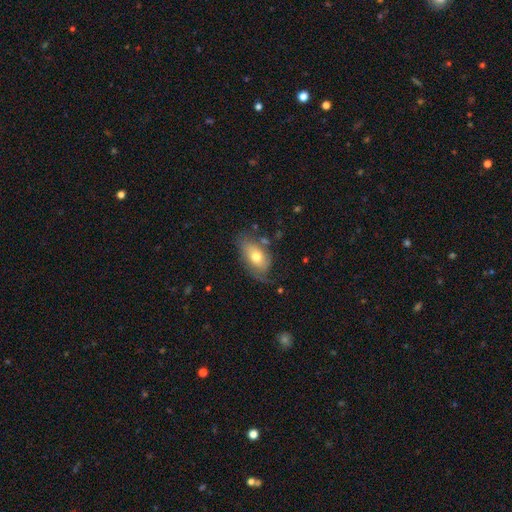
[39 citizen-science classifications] smooth_or_featured: smooth (p=0.74) [alt: featured or disk p=0.21]
how_rounded: in between (p=0.86) [alt: round p=0.14]
merging: none (p=0.46) [alt: minor disturbance p=0.32]